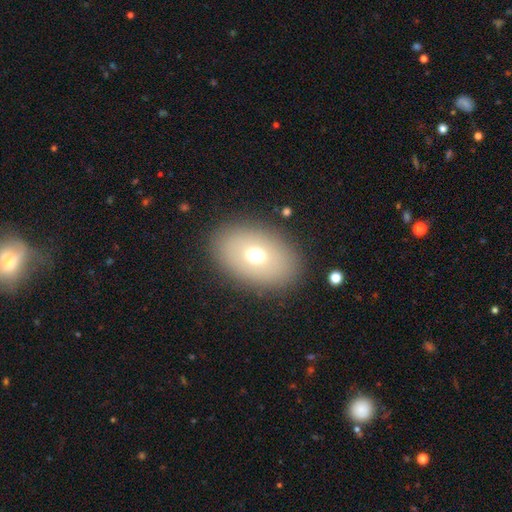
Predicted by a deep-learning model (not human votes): This appears to be a smooth galaxy with no disk features (66%) that is in between round and cigar-shaped (78%). Merging: none (87%).